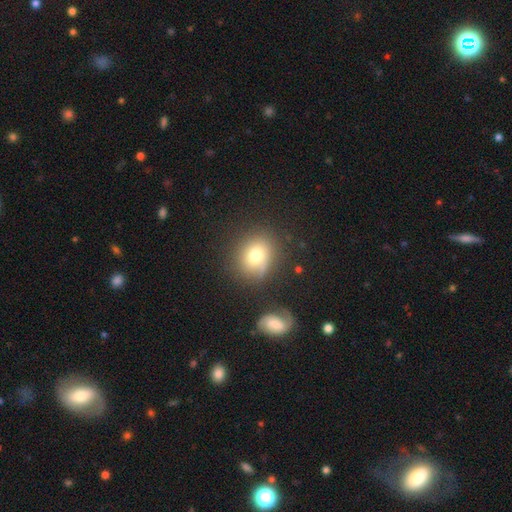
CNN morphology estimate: Overall: smooth (72%). How rounded: round (67%; in between 32%). Merging: none (72%).